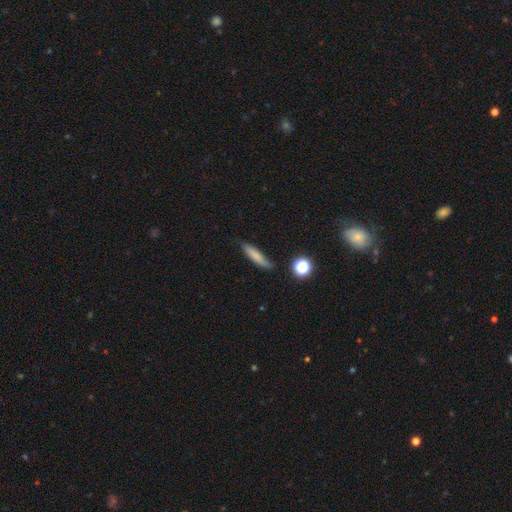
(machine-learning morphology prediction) Smooth or featured? Predicted: smooth (p=0.74). How rounded? Predicted: cigar-shaped (p=0.81). Merging? Predicted: none (p=0.75).